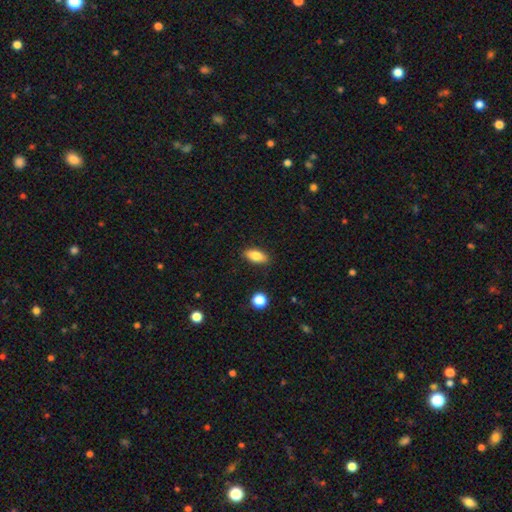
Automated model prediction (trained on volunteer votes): smooth_or_featured: smooth (p=0.81) [alt: featured or disk p=0.11]
how_rounded: in between (p=0.84) [alt: cigar-shaped p=0.12]
merging: none (p=0.87) [alt: minor disturbance p=0.09]